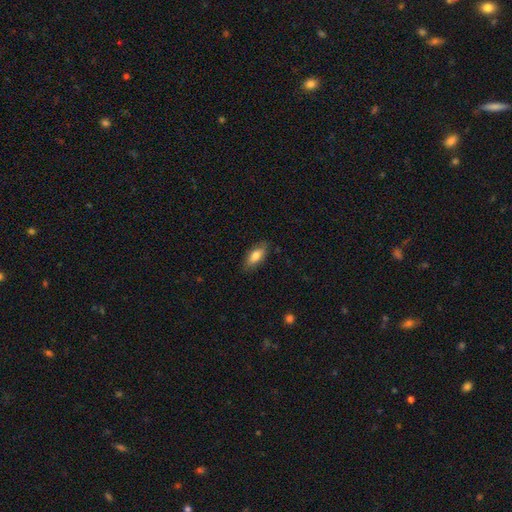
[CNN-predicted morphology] smooth 77%, featured or disk 17%, star or artifact 7%. Down the decision tree: how rounded — in between (80%); merging — none (84%).